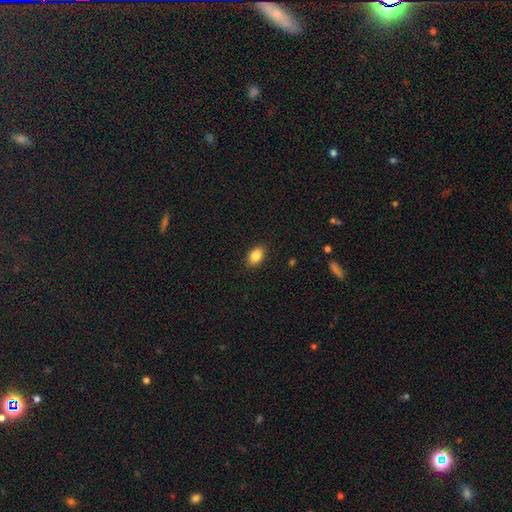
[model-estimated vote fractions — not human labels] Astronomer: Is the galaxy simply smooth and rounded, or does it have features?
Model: smooth — 85%.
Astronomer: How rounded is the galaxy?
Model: in between — 84%.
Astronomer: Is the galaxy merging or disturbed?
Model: none — 89%.